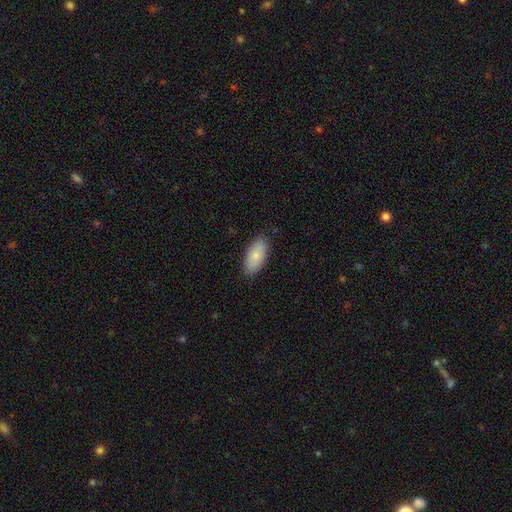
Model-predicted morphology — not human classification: smooth_or_featured: smooth (p=0.81) [alt: featured or disk p=0.13]
how_rounded: in between (p=0.91) [alt: cigar-shaped p=0.07]
merging: none (p=0.86) [alt: minor disturbance p=0.11]